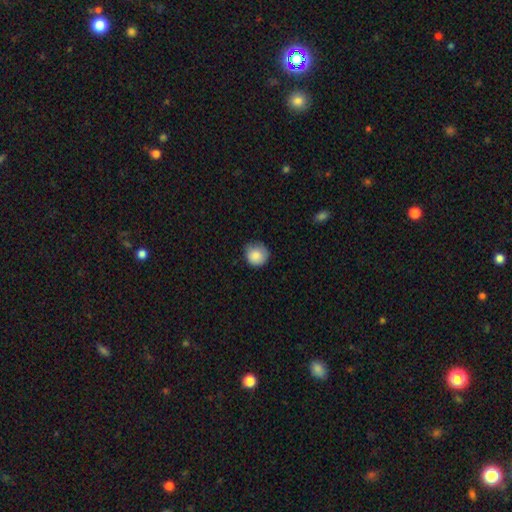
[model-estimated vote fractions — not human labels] Overall: smooth (85%). How rounded: round (89%). Merging: none (72%).